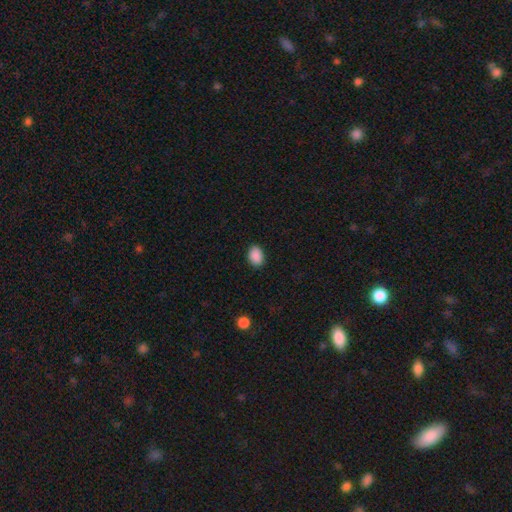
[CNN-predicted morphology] The model was most divided on "how rounded": in between: 78%, round: 21%, cigar-shaped: 1%. More confident: smooth or featured — smooth (89%); merging — none (88%).